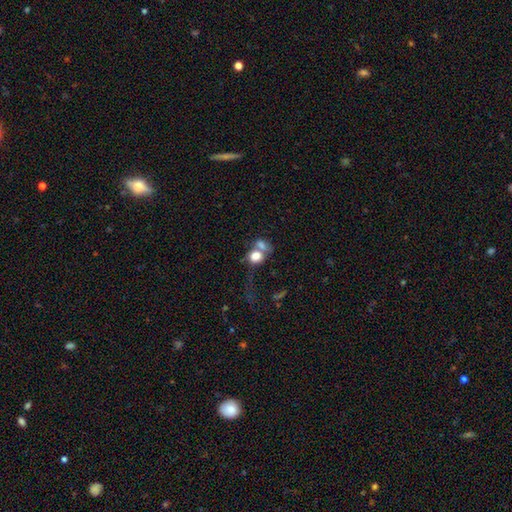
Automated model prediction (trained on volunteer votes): This appears to be a smooth galaxy with no disk features (72%) that is round (57%). Merging: merger (60%).